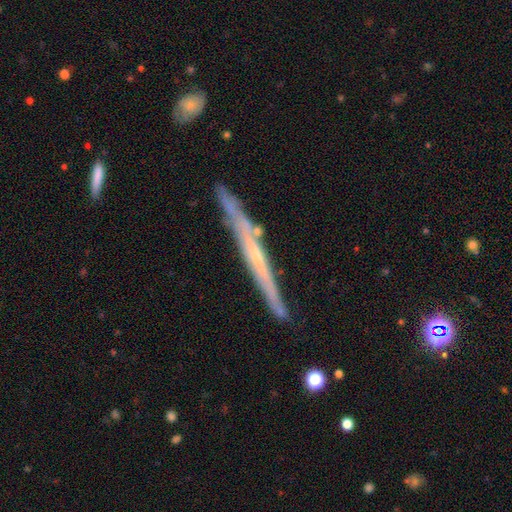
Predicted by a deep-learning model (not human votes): Q: Smooth or featured?
A: featured or disk (73%); runner-up: smooth (21%)
Q: Edge-on disk?
A: yes (95%); runner-up: no (5%)
Q: Edge-on bulge?
A: none (62%); runner-up: rounded (34%)
Q: Merging?
A: none (83%); runner-up: minor disturbance (13%)